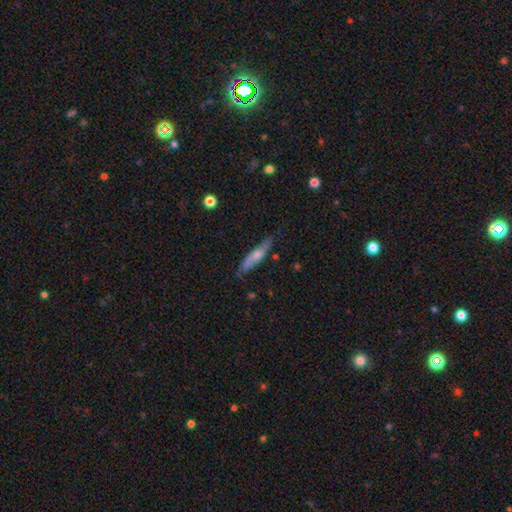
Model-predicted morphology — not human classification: Q: Smooth or featured?
A: featured or disk (47%); tied with: smooth (47%)
Q: Merging?
A: none (74%); runner-up: minor disturbance (20%)